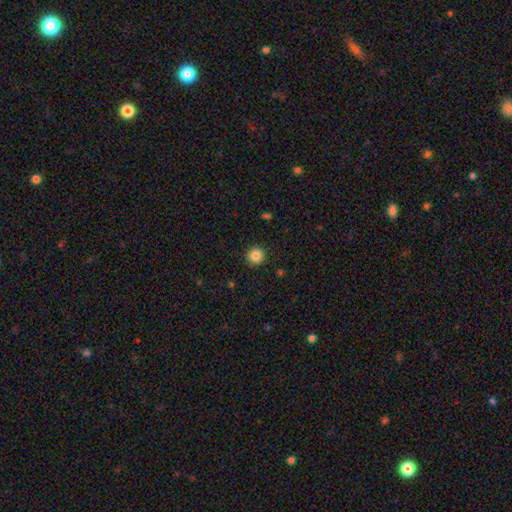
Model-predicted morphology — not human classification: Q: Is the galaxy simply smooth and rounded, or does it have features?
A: smooth — 86%.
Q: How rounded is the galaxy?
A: round — 95%.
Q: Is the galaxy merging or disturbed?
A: none — 92%.